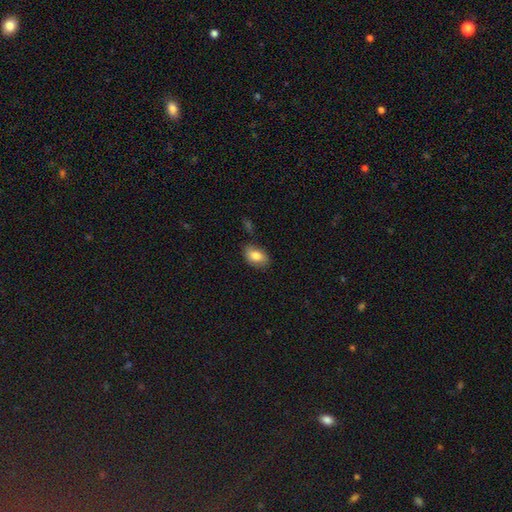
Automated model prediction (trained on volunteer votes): Q: Smooth or featured?
A: smooth (80%); runner-up: featured or disk (13%)
Q: How rounded?
A: in between (89%); runner-up: round (9%)
Q: Merging?
A: none (75%); runner-up: minor disturbance (18%)